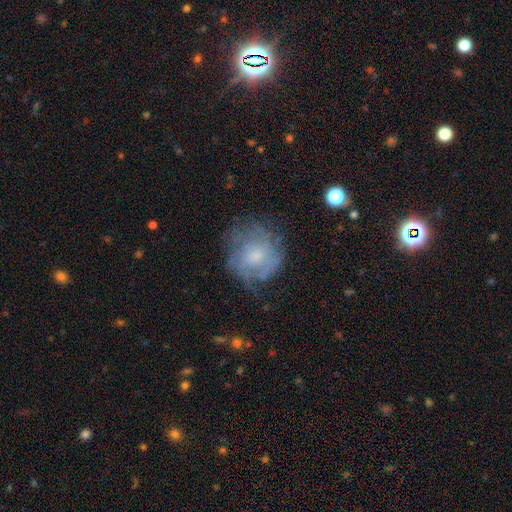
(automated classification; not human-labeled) The model was most divided on "smooth or featured": featured or disk: 50%, smooth: 39%, star or artifact: 11%. More confident: edge-on disk — no (97%); merging — none (64%).